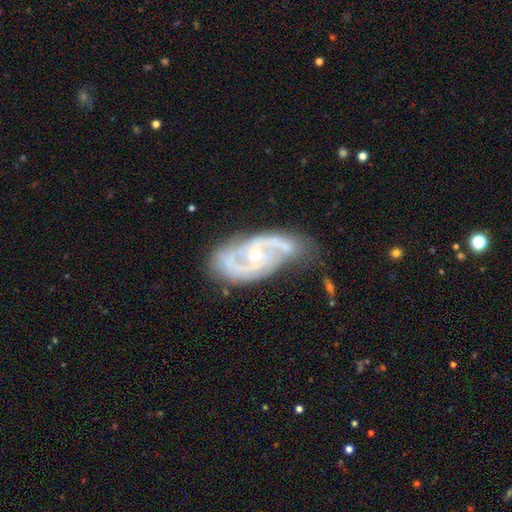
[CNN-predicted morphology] Smooth or featured?
  - featured or disk: 87% *
  - smooth: 7%
  - star or artifact: 5%
Edge-on disk?
  - no: 95% *
  - yes: 5%
Bar?
  - no: 57% *
  - weak: 31%
  - strong: 12%
Spiral arms?
  - yes: 93% *
  - no: 7%
Spiral winding?
  - medium: 46% *
  - tight: 39%
  - loose: 15%
Spiral arm count?
  - 2: 71% *
  - can't tell: 12%
  - 3: 9%
  - 1: 3%
  - 4: 2%
  - more than 4: 2%
Bulge size?
  - small: 60% *
  - moderate: 37%
  - large: 1%
  - none: 1%
  - dominant: 1%
Merging?
  - none: 50% *
  - minor disturbance: 29%
  - major disturbance: 15%
  - merger: 6%